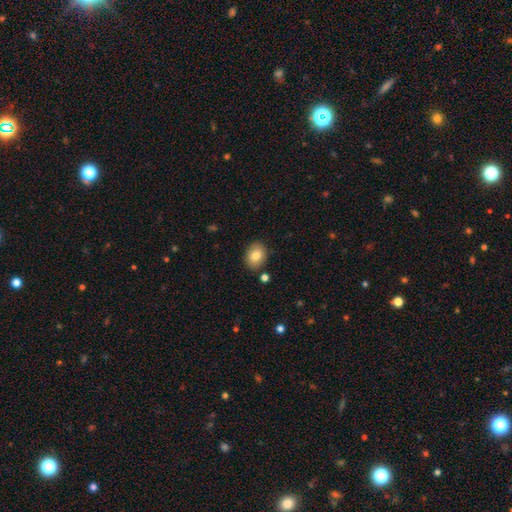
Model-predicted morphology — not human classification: Smooth or featured? smooth (81%)
How rounded? in between (64%)
Merging? none (86%)